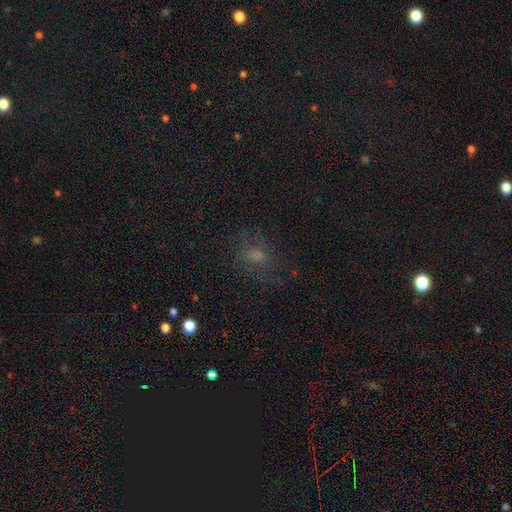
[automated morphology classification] type=smooth (54%); roundness=in between (57%); merging=none (60%).